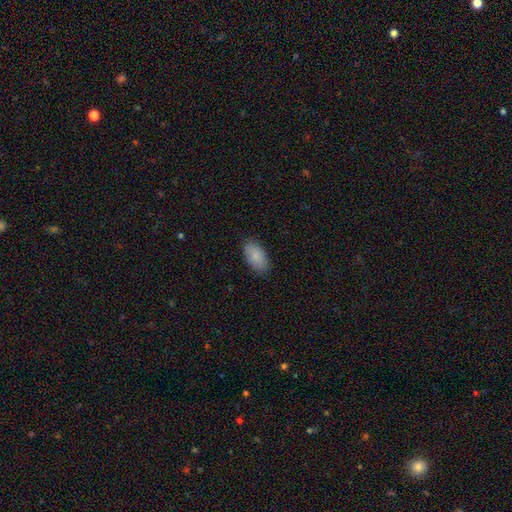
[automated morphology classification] Smooth or featured? smooth (86%)
How rounded? in between (94%)
Merging? none (85%)